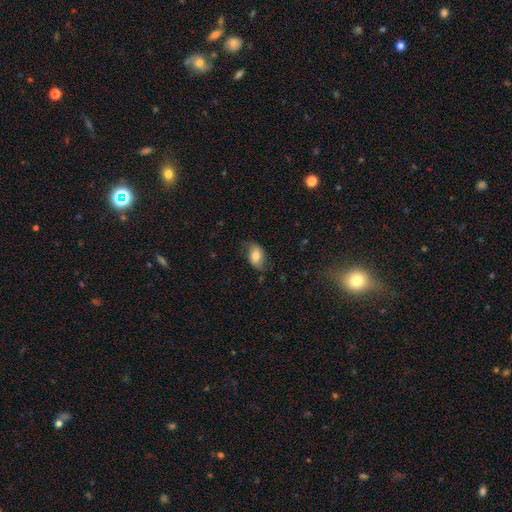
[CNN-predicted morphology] Q: Smooth or featured?
A: smooth (70%); runner-up: featured or disk (23%)
Q: How rounded?
A: in between (89%); runner-up: round (9%)
Q: Merging?
A: none (69%); runner-up: minor disturbance (23%)